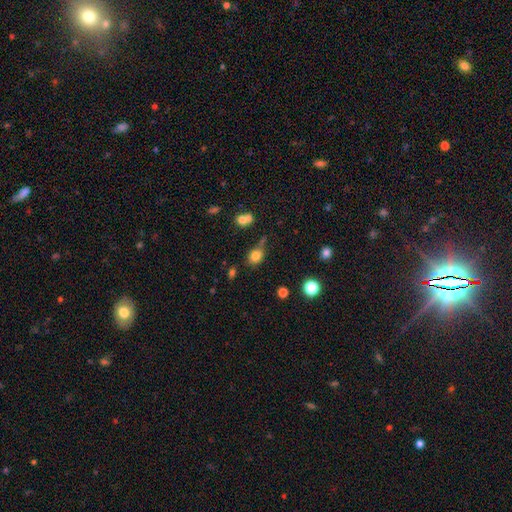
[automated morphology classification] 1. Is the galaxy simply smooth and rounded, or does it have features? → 80% smooth, 13% star or artifact, 8% featured or disk.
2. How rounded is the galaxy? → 52% round, 47% in between, 1% cigar-shaped.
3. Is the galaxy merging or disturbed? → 59% none, 22% minor disturbance, 12% merger, 7% major disturbance.